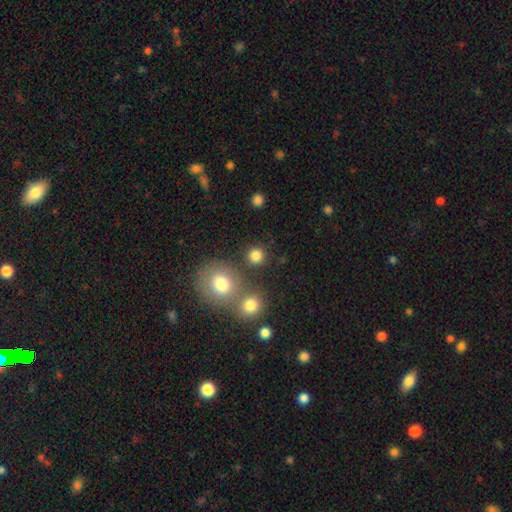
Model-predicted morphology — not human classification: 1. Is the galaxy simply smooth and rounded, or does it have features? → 82% smooth, 12% star or artifact, 6% featured or disk.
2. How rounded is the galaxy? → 92% round, 7% in between, 1% cigar-shaped.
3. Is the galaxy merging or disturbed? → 79% none, 12% merger, 6% minor disturbance, 3% major disturbance.